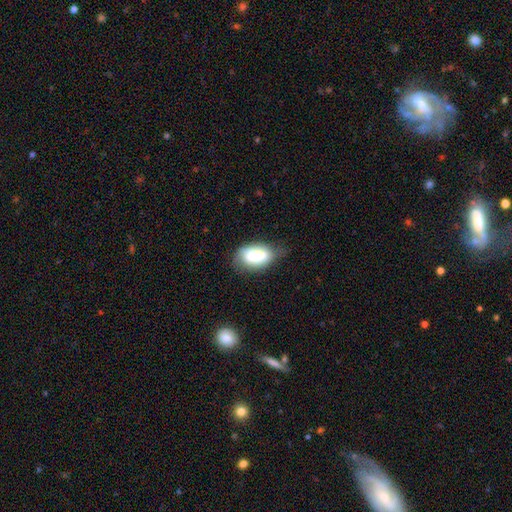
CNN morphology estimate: A smooth galaxy with no disk features (73%) that is in between round and cigar-shaped (89%).

Vote fractions:
- Smooth or featured? smooth: 73% / featured or disk: 19% / star or artifact: 7%
- How rounded? in between: 89% / round: 7% / cigar-shaped: 4%
- Merging? none: 57% / minor disturbance: 31% / major disturbance: 9% / merger: 2%